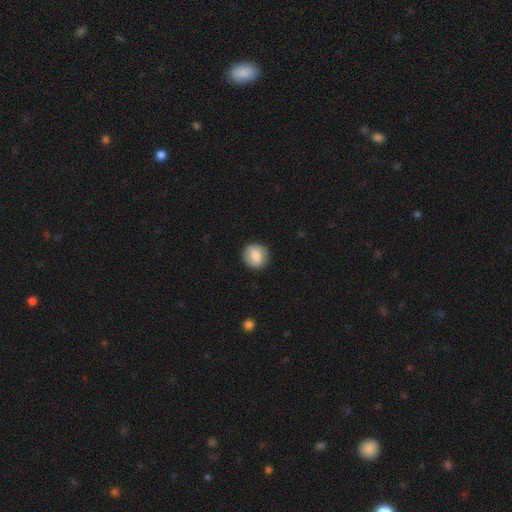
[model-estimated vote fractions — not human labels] smooth_or_featured: smooth (p=0.81) [alt: featured or disk p=0.12]
how_rounded: round (p=0.89) [alt: in between p=0.10]
merging: none (p=0.89) [alt: minor disturbance p=0.08]